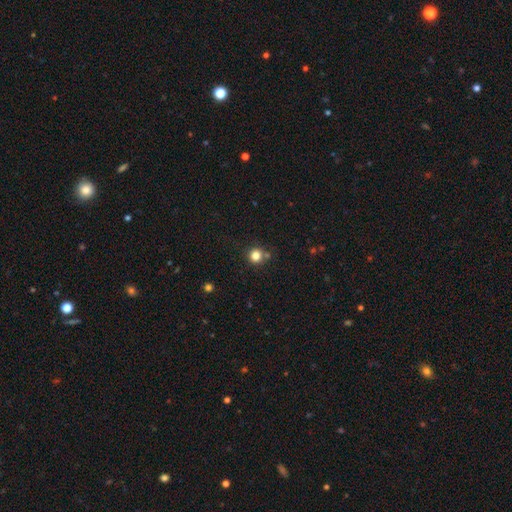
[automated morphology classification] smooth 82%, star or artifact 13%, featured or disk 5%. Down the decision tree: how rounded — round (92%); merging — none (78%).